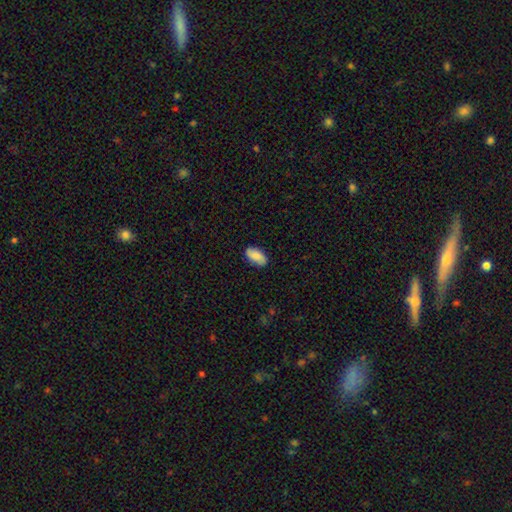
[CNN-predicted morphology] Smooth or featured? Predicted: smooth (p=0.80). How rounded? Predicted: in between (p=0.94). Merging? Predicted: none (p=0.84).